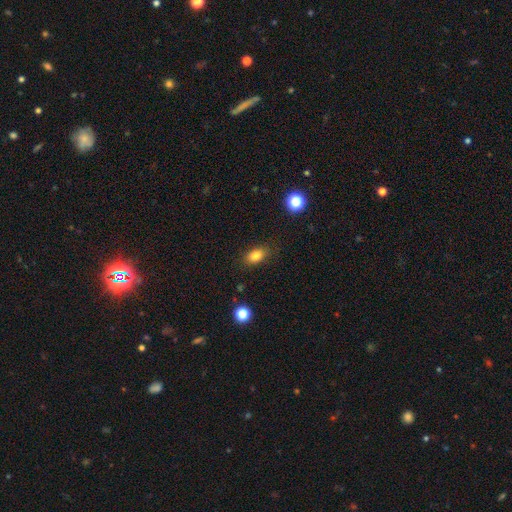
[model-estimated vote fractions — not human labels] The model was most divided on "how rounded": in between: 83%, round: 15%, cigar-shaped: 3%. More confident: merging — none (84%); smooth or featured — smooth (82%).